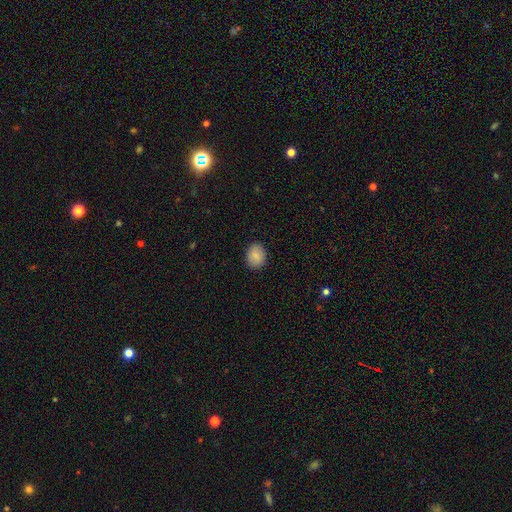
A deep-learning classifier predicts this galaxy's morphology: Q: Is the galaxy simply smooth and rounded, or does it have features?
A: smooth — 85%.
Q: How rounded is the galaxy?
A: in between — 52%.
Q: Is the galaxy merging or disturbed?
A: none — 88%.